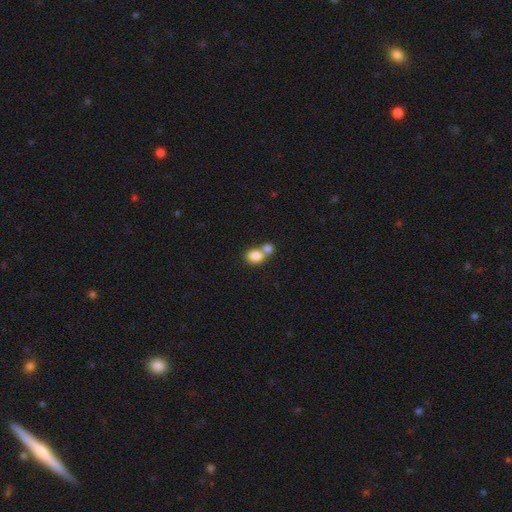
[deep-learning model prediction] A smooth galaxy with no disk features (83%) that is round (53%).

Vote fractions:
- Smooth or featured? smooth: 83% / star or artifact: 9% / featured or disk: 8%
- How rounded? round: 53% / in between: 46% / cigar-shaped: 1%
- Merging? merger: 52% / none: 38% / minor disturbance: 7% / major disturbance: 3%